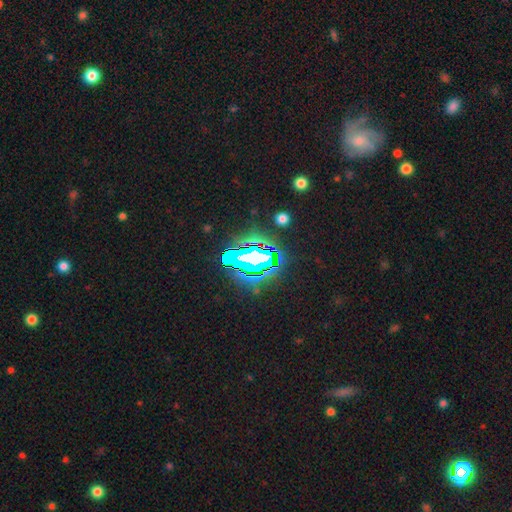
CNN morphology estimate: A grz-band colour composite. It shows a star or artifact, not a galaxy (69%).